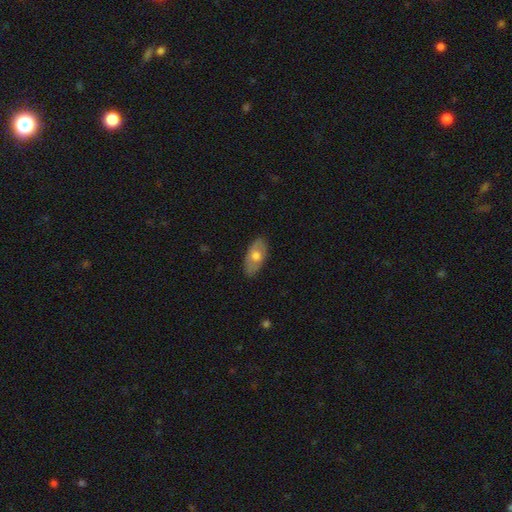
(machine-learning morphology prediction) This is possibly a smooth galaxy (57%). How rounded: clearly in between (90%). Merging: clearly none (82%).